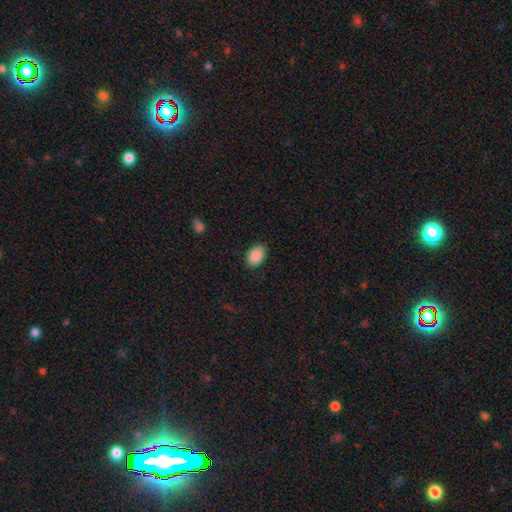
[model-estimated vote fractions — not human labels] Q: Smooth or featured?
A: smooth (89%); runner-up: star or artifact (7%)
Q: How rounded?
A: in between (87%); runner-up: round (12%)
Q: Merging?
A: none (84%); runner-up: minor disturbance (12%)